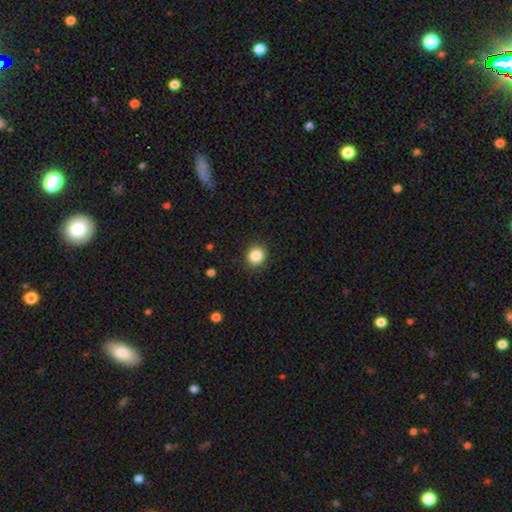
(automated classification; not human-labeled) smooth_or_featured: smooth (p=0.86) [alt: star or artifact p=0.10]
how_rounded: round (p=0.82) [alt: in between p=0.17]
merging: none (p=0.90) [alt: minor disturbance p=0.07]